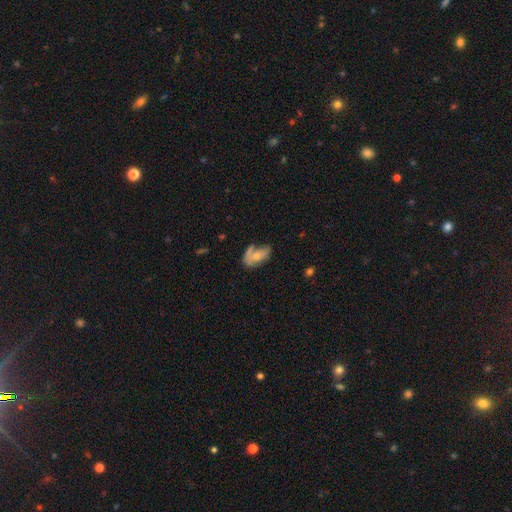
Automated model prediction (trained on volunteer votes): Q: Smooth or featured?
A: smooth (54%); runner-up: featured or disk (37%)
Q: How rounded?
A: in between (90%); runner-up: round (6%)
Q: Merging?
A: none (38%); runner-up: minor disturbance (28%)